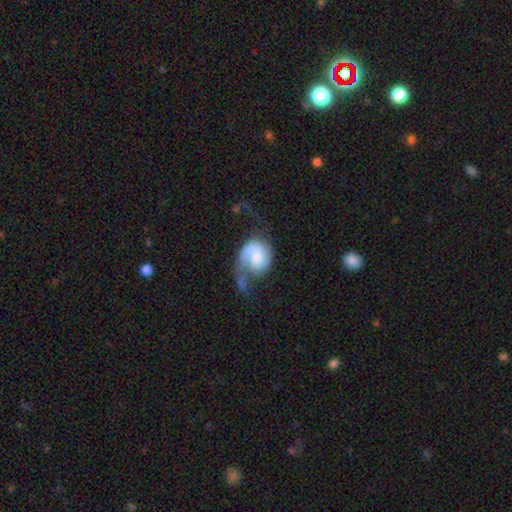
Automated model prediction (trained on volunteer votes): A featured or disk galaxy (71%) with no bar (65%), 1 (54%) loose (40%) spiral arms (91%) and a moderate central bulge (33%).

Vote fractions:
- Smooth or featured? featured or disk: 71% / smooth: 23% / star or artifact: 6%
- Edge-on disk? no: 98% / yes: 2%
- Bar? no: 65% / weak: 30% / strong: 5%
- Spiral arms? yes: 91% / no: 9%
- Spiral winding? loose: 40% / medium: 38% / tight: 22%
- Spiral arm count? 1: 54% / 2: 38% / can't tell: 5% / 3: 1% / 4: 1% / more than 4: 1%
- Bulge size? moderate: 33% / small: 31% / none: 17% / large: 15% / dominant: 4%
- Merging? major disturbance: 43% / none: 31% / minor disturbance: 22% / merger: 4%